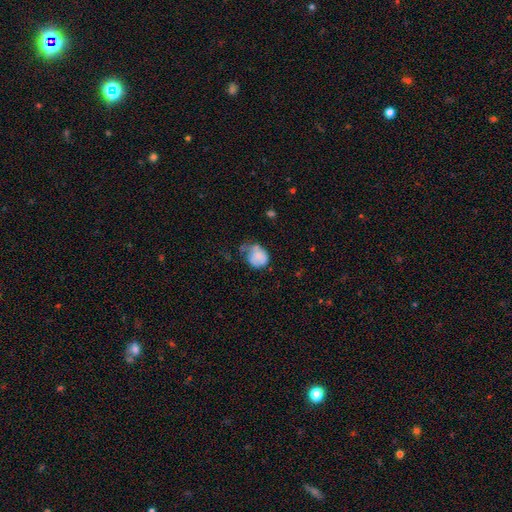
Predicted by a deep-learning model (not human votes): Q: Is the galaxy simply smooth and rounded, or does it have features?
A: smooth — 73%.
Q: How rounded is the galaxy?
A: round — 59%.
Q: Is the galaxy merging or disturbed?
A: minor disturbance — 38%.